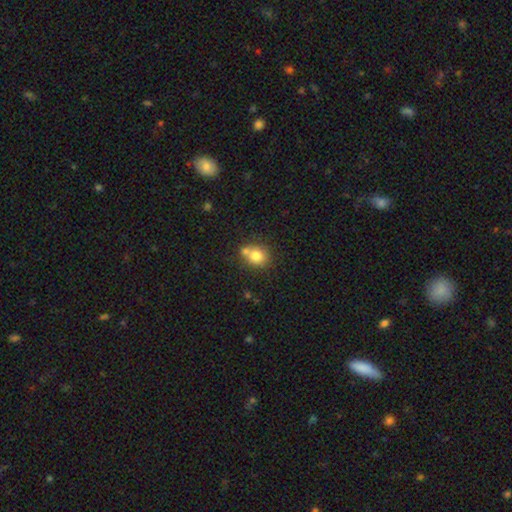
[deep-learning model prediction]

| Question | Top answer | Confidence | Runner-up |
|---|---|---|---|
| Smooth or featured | smooth | 78% | featured or disk (12%) |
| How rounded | round | 70% | in between (29%) |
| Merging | none | 52% | merger (33%) |